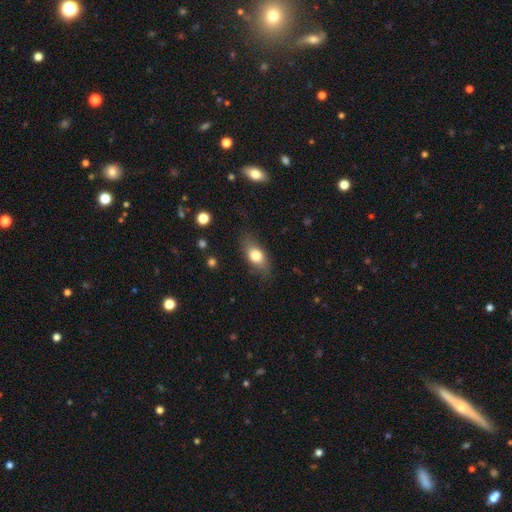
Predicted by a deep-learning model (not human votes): The model was most divided on "merging": none: 72%, minor disturbance: 20%, major disturbance: 7%, merger: 1%. More confident: how rounded — in between (80%); smooth or featured — smooth (74%).